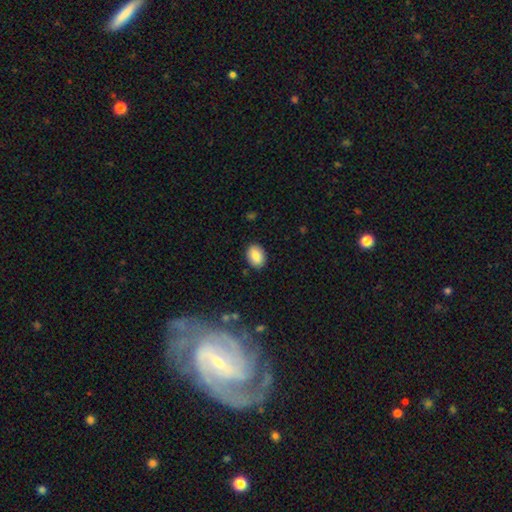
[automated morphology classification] Q: Smooth or featured?
A: smooth (86%); runner-up: star or artifact (7%)
Q: How rounded?
A: in between (74%); runner-up: round (25%)
Q: Merging?
A: none (88%); runner-up: minor disturbance (8%)